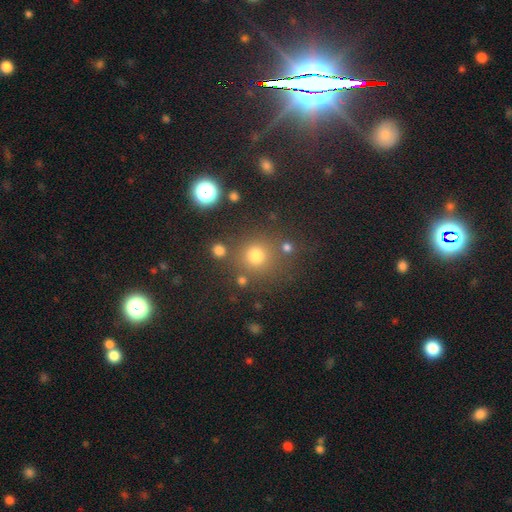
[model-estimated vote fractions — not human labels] This appears to be a smooth galaxy with no disk features (74%) that is round (92%). Merging: none (77%).